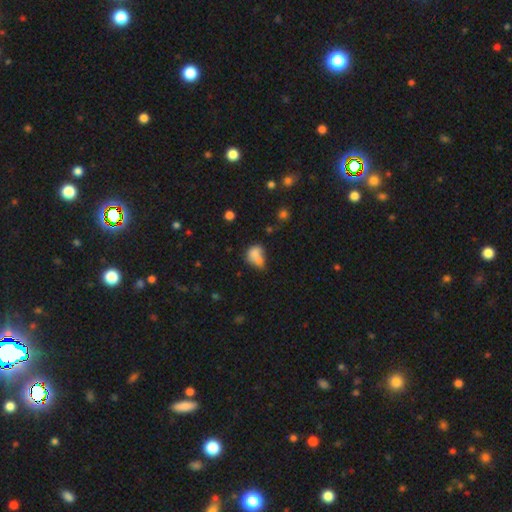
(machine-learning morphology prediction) The model was most divided on "merging": merger: 44%, none: 27%, minor disturbance: 18%, major disturbance: 11%. More confident: smooth or featured — smooth (73%); how rounded — in between (64%).